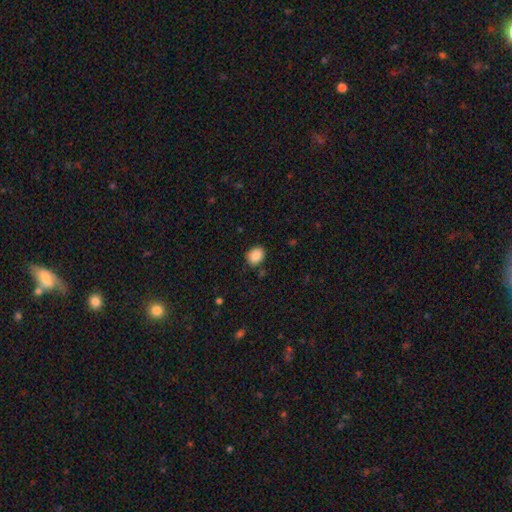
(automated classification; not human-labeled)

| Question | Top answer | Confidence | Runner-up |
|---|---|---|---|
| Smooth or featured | smooth | 87% | star or artifact (9%) |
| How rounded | in between | 51% | round (48%) |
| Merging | none | 85% | minor disturbance (11%) |